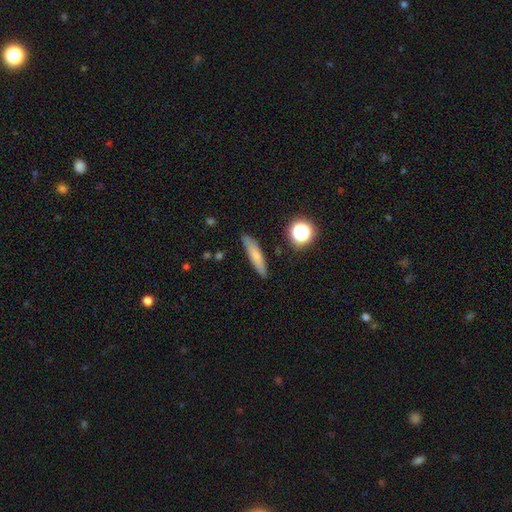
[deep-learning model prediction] Morphology: type=smooth (70%); roundness=cigar-shaped (80%); merging=none (84%).